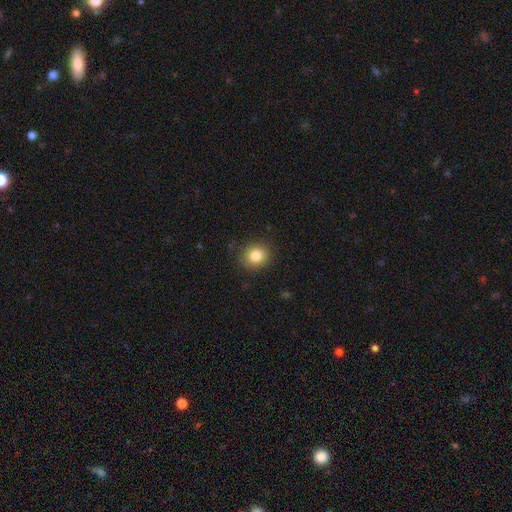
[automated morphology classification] Smooth or featured? smooth (83%)
How rounded? round (77%)
Merging? none (87%)